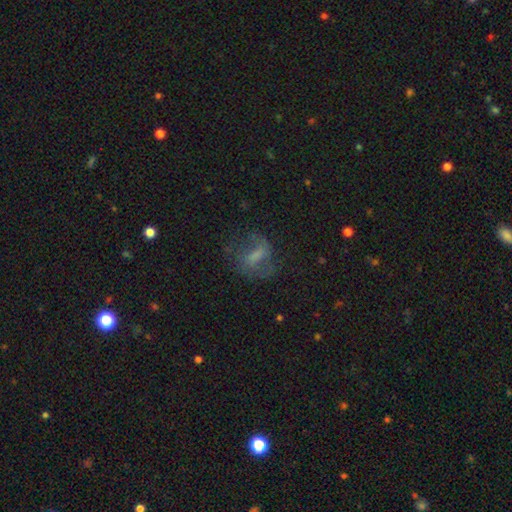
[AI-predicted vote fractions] A featured or disk galaxy (51%).

Vote fractions:
- Smooth or featured? featured or disk: 51% / smooth: 35% / star or artifact: 13%
- Edge-on disk? no: 95% / yes: 5%
- Merging? none: 55% / major disturbance: 23% / minor disturbance: 20% / merger: 2%